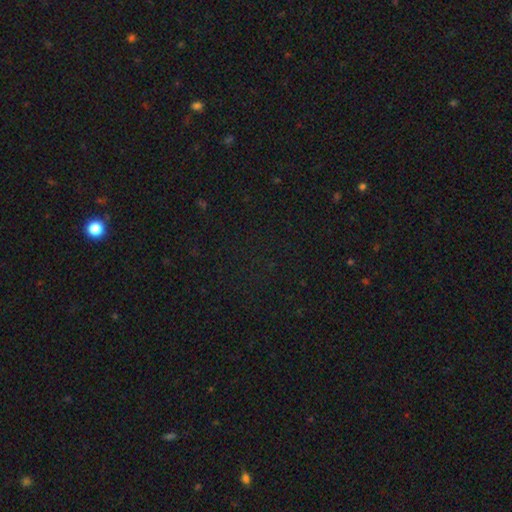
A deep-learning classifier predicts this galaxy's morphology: smooth-or-featured: star or artifact: 78% | smooth: 13% | featured or disk: 9%